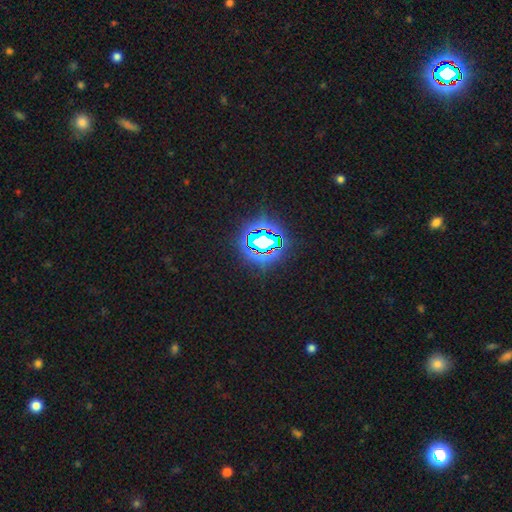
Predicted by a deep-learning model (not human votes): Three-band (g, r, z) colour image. It shows a star or artifact, not a galaxy (82%).